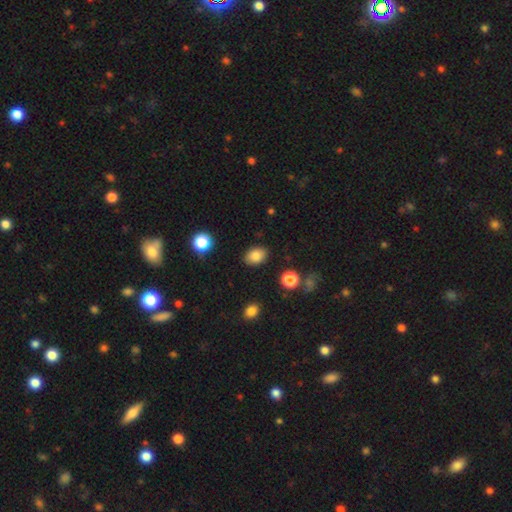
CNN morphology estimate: A smooth galaxy with no disk features (84%) that is in between round and cigar-shaped (77%). Merging: none (87%).